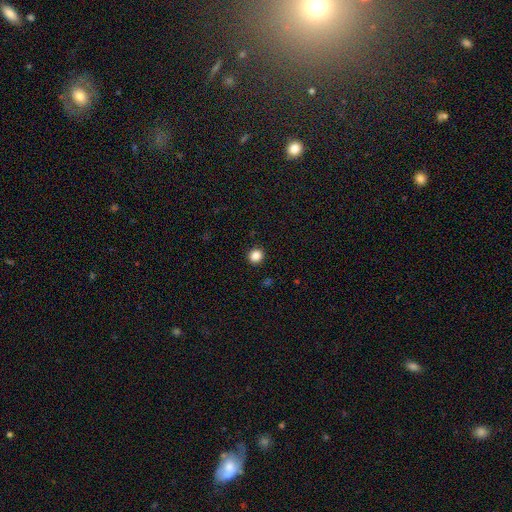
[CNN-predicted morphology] smooth_or_featured: smooth (p=0.86) [alt: star or artifact p=0.11]
how_rounded: round (p=0.90) [alt: in between p=0.09]
merging: none (p=0.93) [alt: minor disturbance p=0.05]